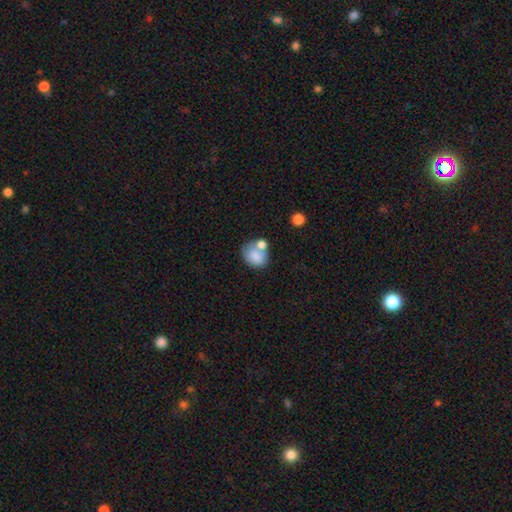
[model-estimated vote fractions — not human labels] Smooth or featured? smooth (76%)
How rounded? round (50%)
Merging? none (40%)